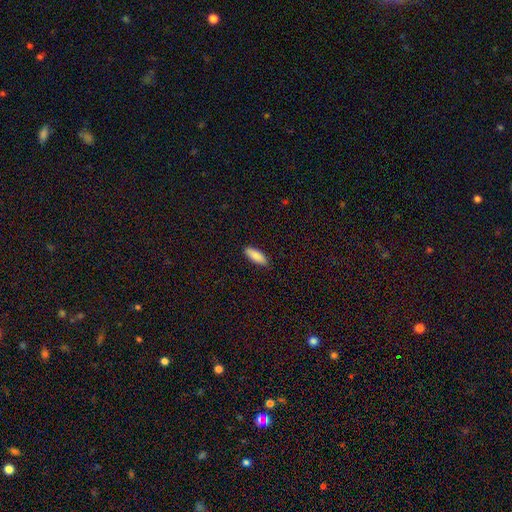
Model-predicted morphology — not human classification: type=smooth (89%); roundness=in between (67%); merging=none (86%).